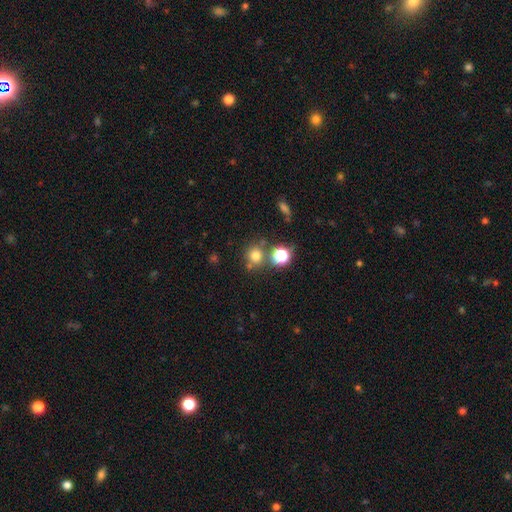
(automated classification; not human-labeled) smooth 71%, star or artifact 21%, featured or disk 8%. Down the decision tree: how rounded — round (88%); merging — none (70%).